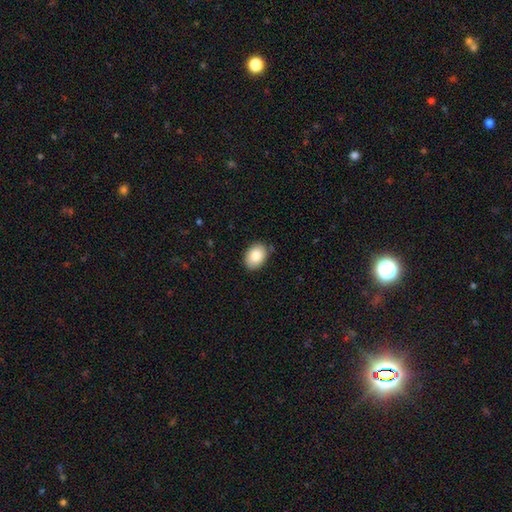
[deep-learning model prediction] smooth-or-featured: smooth: 85% | featured or disk: 8% | star or artifact: 7%
  how-rounded: in between: 74% | round: 25% | cigar-shaped: 1%
  merging: none: 84% | minor disturbance: 12% | major disturbance: 2% | merger: 2%